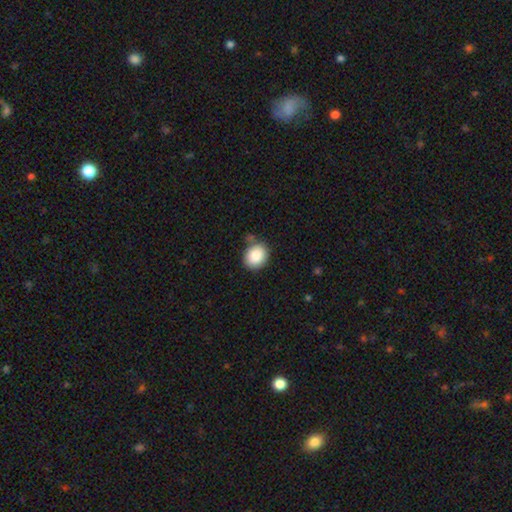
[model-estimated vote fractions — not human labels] Smooth or featured? Predicted: smooth (p=0.86). How rounded? Predicted: round (p=0.61). Merging? Predicted: none (p=0.73).